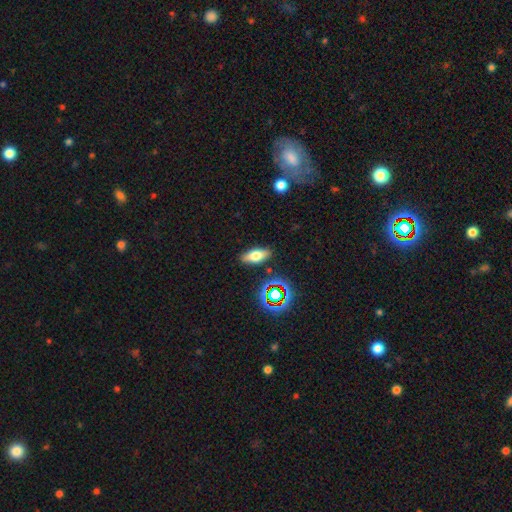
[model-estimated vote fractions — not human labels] smooth_or_featured: smooth (p=0.64) [alt: featured or disk p=0.22]
how_rounded: in between (p=0.75) [alt: cigar-shaped p=0.19]
merging: none (p=0.87) [alt: minor disturbance p=0.09]